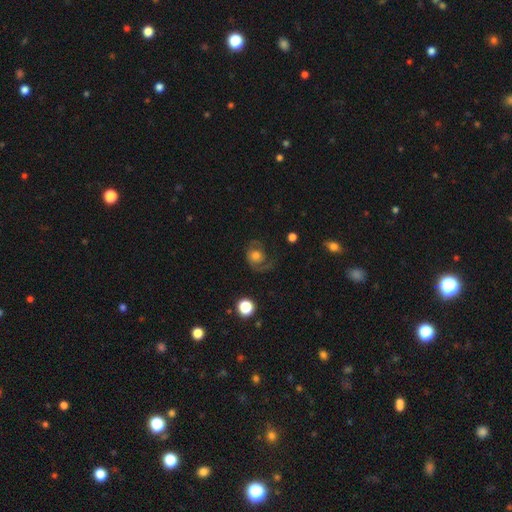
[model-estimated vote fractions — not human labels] Q: Smooth or featured?
A: featured or disk (54%); runner-up: smooth (36%)
Q: Edge-on disk?
A: no (97%); runner-up: yes (3%)
Q: Bar?
A: no (79%); runner-up: weak (18%)
Q: Spiral arms?
A: yes (80%); runner-up: no (20%)
Q: Bulge size?
A: moderate (54%); runner-up: small (20%)
Q: Merging?
A: none (50%); runner-up: major disturbance (28%)